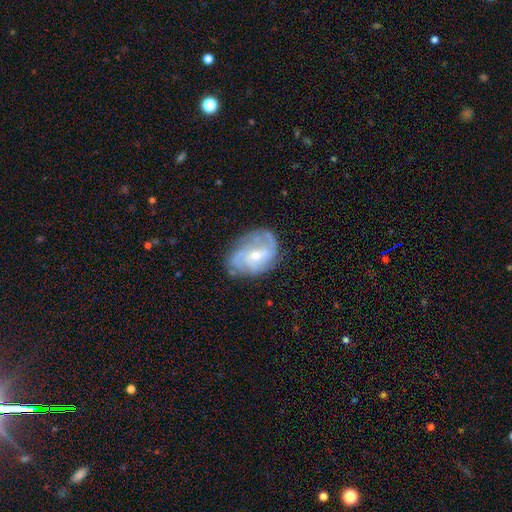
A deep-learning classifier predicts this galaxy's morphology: smooth_or_featured: featured or disk (p=0.79) [alt: smooth p=0.15]
disk_edge_on: no (p=0.97) [alt: yes p=0.03]
bar: no (p=0.48) [alt: weak p=0.42]
has_spiral_arms: yes (p=0.91) [alt: no p=0.09]
spiral_winding: tight (p=0.42) [alt: medium p=0.40]
spiral_arm_count: can't tell (p=0.33) [alt: 2 p=0.25]
bulge_size: small (p=0.54) [alt: moderate p=0.42]
merging: none (p=0.67) [alt: minor disturbance p=0.22]